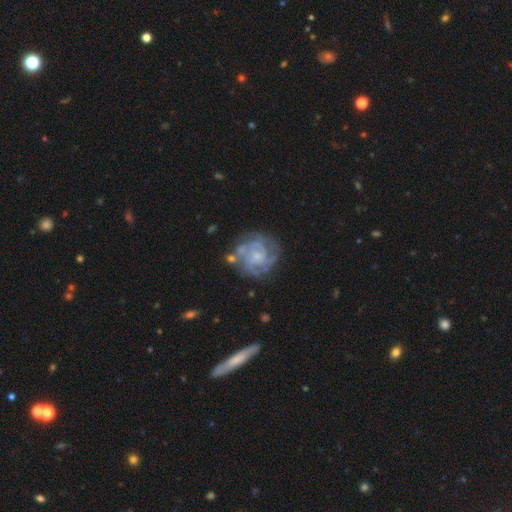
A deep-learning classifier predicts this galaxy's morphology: smooth_or_featured: featured or disk (p=0.86) [alt: smooth p=0.08]
disk_edge_on: no (p=0.98) [alt: yes p=0.02]
bar: no (p=0.69) [alt: weak p=0.26]
has_spiral_arms: yes (p=0.95) [alt: no p=0.05]
spiral_winding: tight (p=0.64) [alt: medium p=0.30]
spiral_arm_count: 3 (p=0.31) [alt: can't tell p=0.23]
bulge_size: small (p=0.59) [alt: moderate p=0.21]
merging: none (p=0.70) [alt: minor disturbance p=0.17]